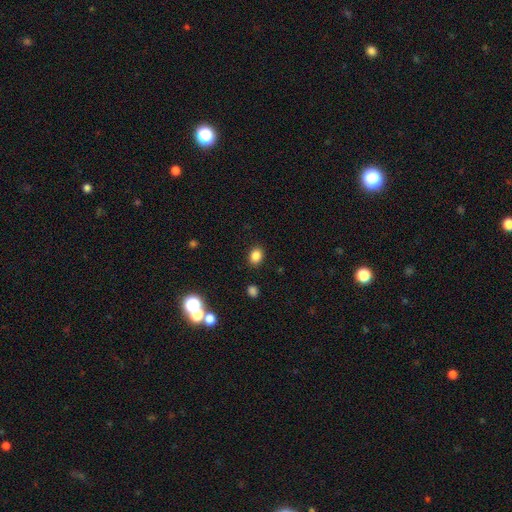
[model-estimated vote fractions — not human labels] Smooth or featured?
  - smooth: 84% *
  - star or artifact: 12%
  - featured or disk: 5%
How rounded?
  - in between: 56% *
  - round: 43%
  - cigar-shaped: 1%
Merging?
  - none: 88% *
  - minor disturbance: 8%
  - major disturbance: 3%
  - merger: 2%